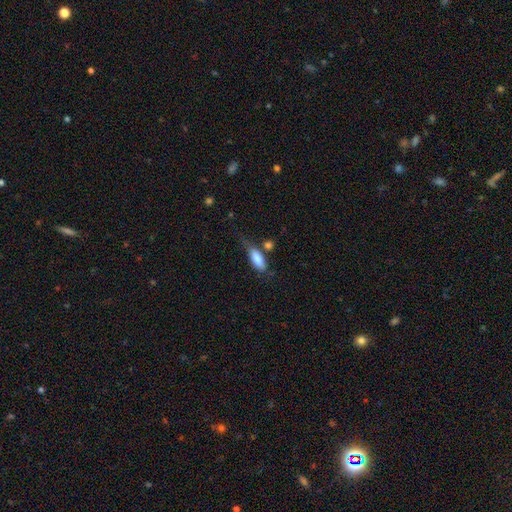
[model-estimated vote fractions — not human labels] Q: Smooth or featured?
A: smooth (79%); runner-up: featured or disk (14%)
Q: How rounded?
A: in between (73%); runner-up: cigar-shaped (24%)
Q: Merging?
A: none (48%); runner-up: minor disturbance (29%)